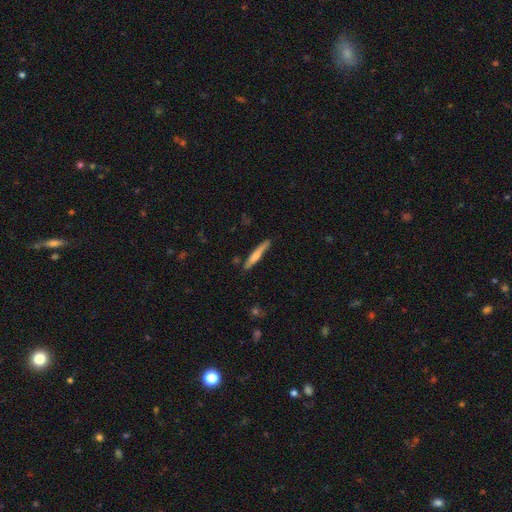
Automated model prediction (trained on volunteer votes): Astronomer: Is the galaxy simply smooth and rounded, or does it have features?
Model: smooth — 58% (runner-up: featured or disk, 36%).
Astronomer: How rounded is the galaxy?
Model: cigar-shaped — 94%.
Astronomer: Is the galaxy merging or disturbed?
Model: none — 79%.